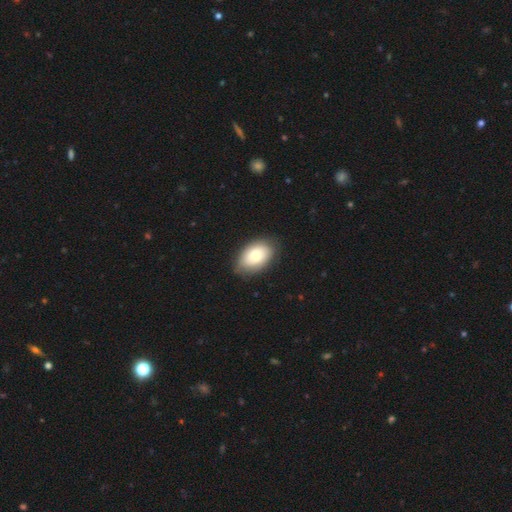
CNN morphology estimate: Smooth or featured? smooth (73%)
How rounded? in between (89%)
Merging? none (82%)